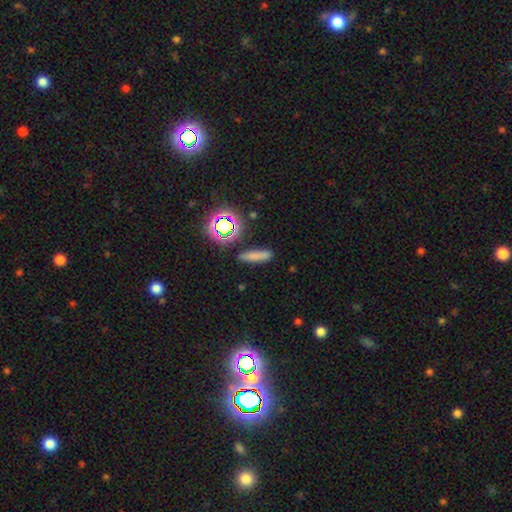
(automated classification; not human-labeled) A smooth galaxy with no disk features (71%) that is cigar-shaped (78%). Merging: none (84%).